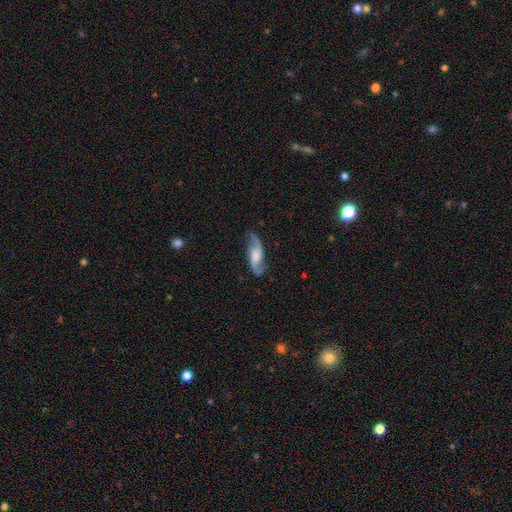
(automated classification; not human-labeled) The model was most divided on "bulge size": none: 34%, large: 26%, moderate: 22%, small: 15%, dominant: 4%. Remaining: spiral arms — yes (96%); edge-on disk — no (92%); spiral arm count — 2 (92%); smooth or featured — featured or disk (81%); merging — none (74%); spiral winding — loose (65%); bar — no (50%).